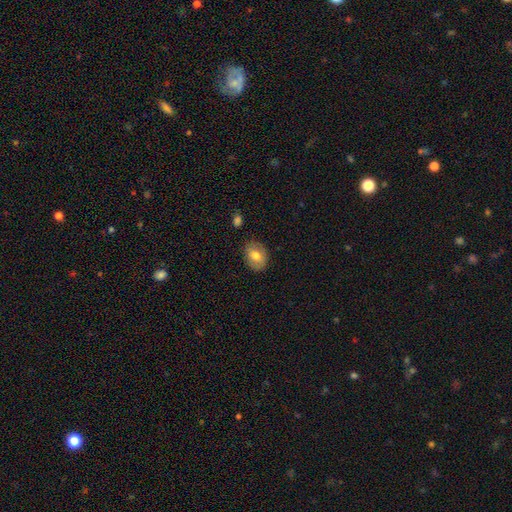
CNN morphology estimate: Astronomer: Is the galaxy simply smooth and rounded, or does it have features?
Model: smooth — 73%.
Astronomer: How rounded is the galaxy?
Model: in between — 66%.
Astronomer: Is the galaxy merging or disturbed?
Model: none — 82%.